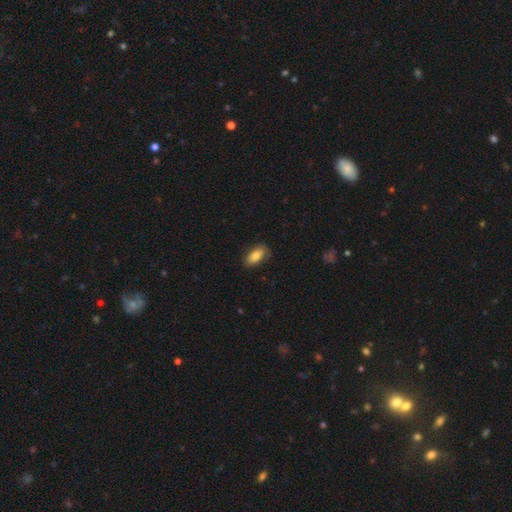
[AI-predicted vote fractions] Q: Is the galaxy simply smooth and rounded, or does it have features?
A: smooth — 78%.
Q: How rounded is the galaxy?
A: in between — 90%.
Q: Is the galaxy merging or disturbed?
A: none — 76%.